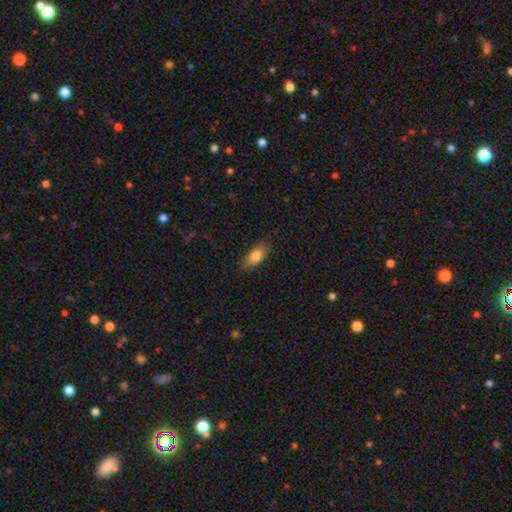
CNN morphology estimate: Smooth or featured: smooth — 81% (featured or disk — 12%)
How rounded: in between — 84% (cigar-shaped — 13%)
Merging: none — 81% (minor disturbance — 15%)